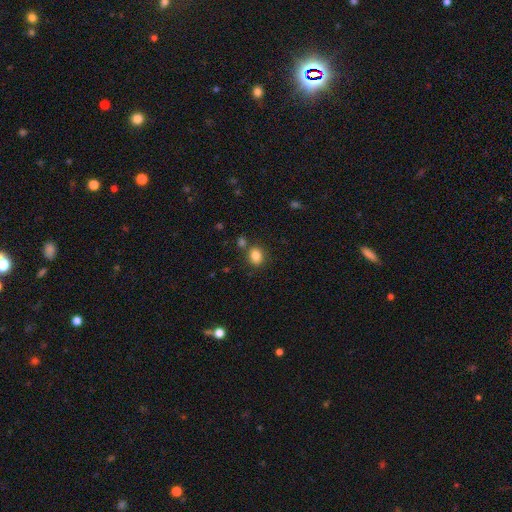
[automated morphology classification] A smooth galaxy with no disk features (84%) that is round (57%). Merging: none (75%).